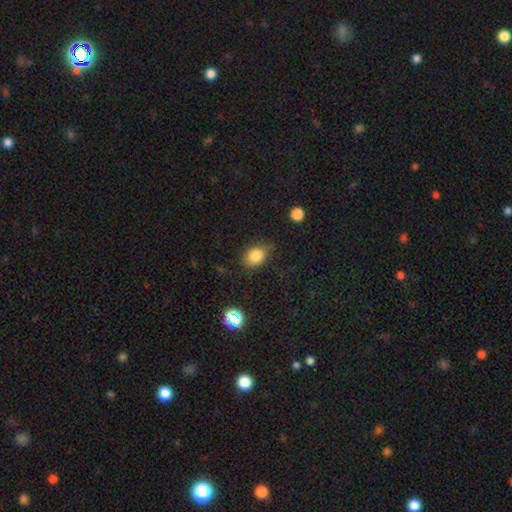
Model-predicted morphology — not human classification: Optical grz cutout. It shows a smooth galaxy with no disk features (83%) that is in between round and cigar-shaped (59%). Merging: none (70%).